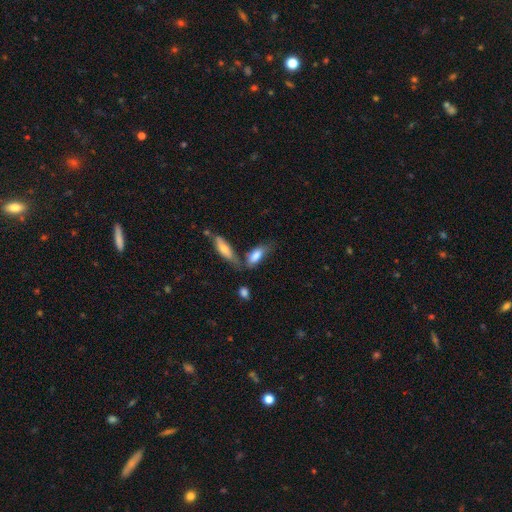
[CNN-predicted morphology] Q: Smooth or featured?
A: smooth (76%); runner-up: featured or disk (17%)
Q: How rounded?
A: in between (70%); runner-up: cigar-shaped (27%)
Q: Merging?
A: none (48%); runner-up: merger (26%)